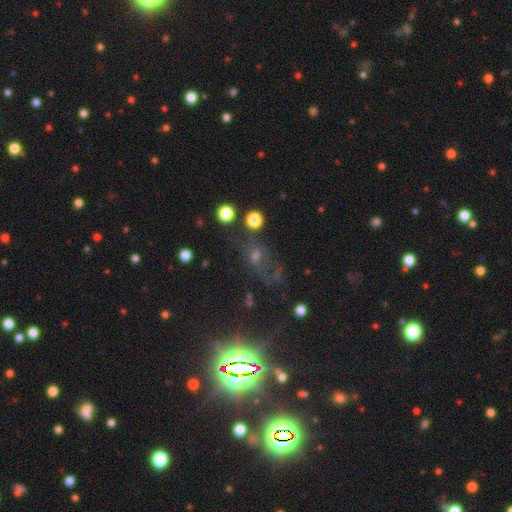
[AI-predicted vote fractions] smooth-or-featured: star or artifact: 46% | featured or disk: 27% | smooth: 26%